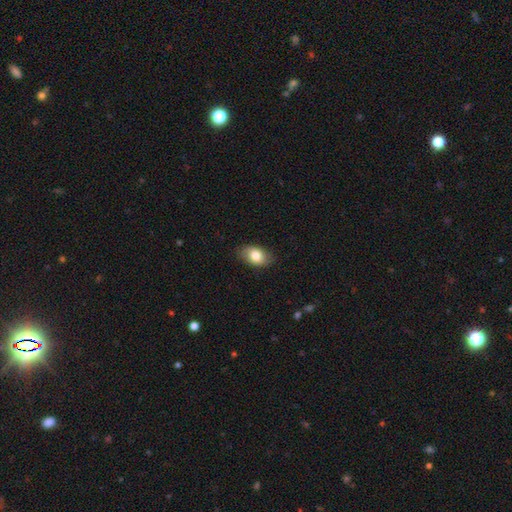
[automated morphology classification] Overall: smooth (81%). How rounded: in between (88%). Merging: none (83%).